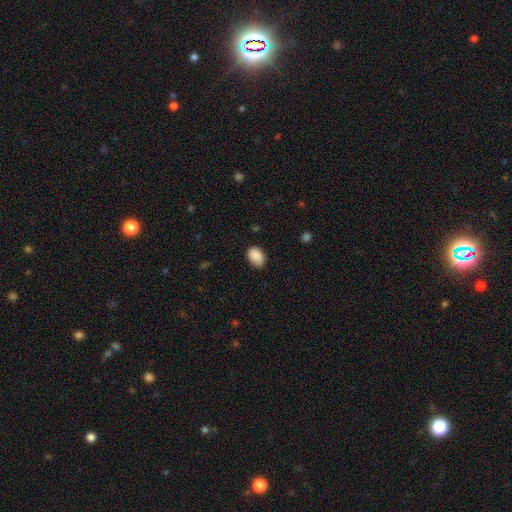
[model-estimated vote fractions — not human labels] Morphology: type=smooth (89%); roundness=in between (79%); merging=none (76%).